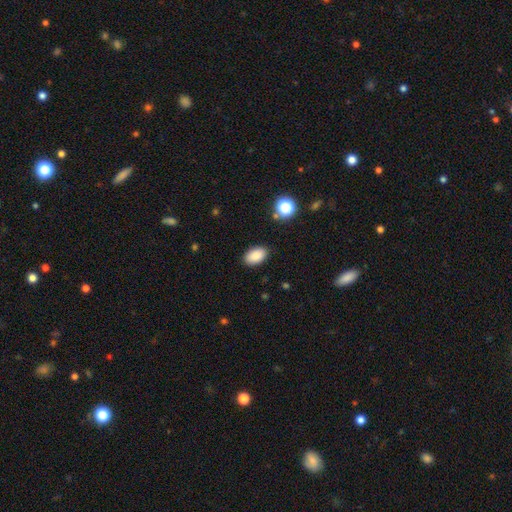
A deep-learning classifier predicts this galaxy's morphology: This appears to be a smooth galaxy with no disk features (87%) that is in between round and cigar-shaped (92%). Merging: none (88%).